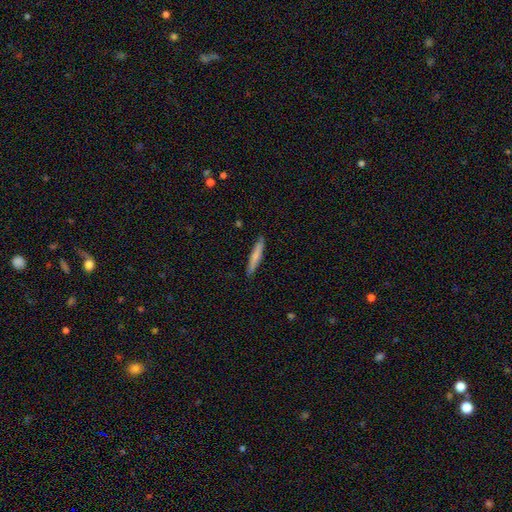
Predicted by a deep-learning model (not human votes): Smooth or featured? smooth (71%)
How rounded? cigar-shaped (93%)
Merging? none (89%)